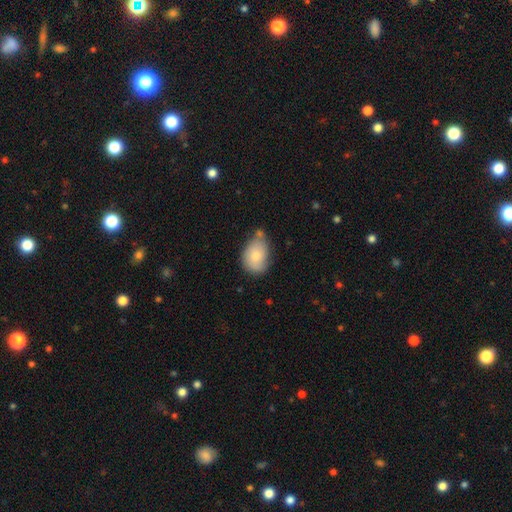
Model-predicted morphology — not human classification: type=smooth (77%); roundness=in between (74%); merging=none (53%).